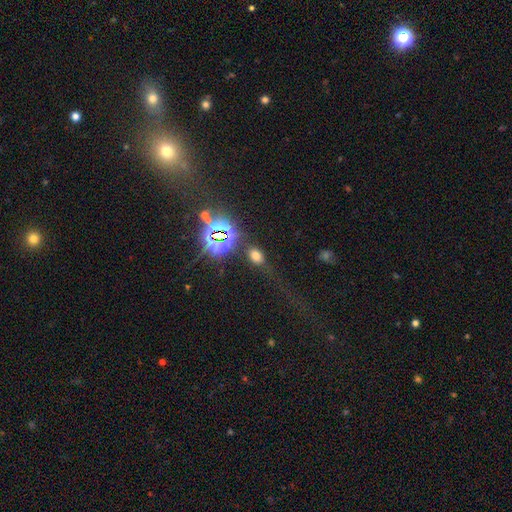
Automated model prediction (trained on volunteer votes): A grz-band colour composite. It shows a smooth galaxy with no disk features (57%) that is in between round and cigar-shaped (83%). Merging: none (69%).